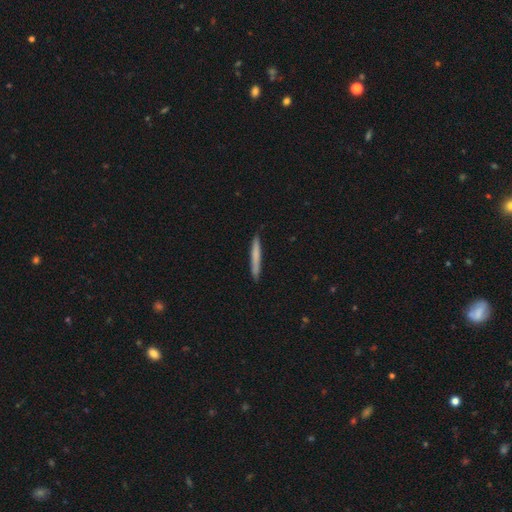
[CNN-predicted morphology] Smooth or featured? Predicted: smooth (p=0.70). How rounded? Predicted: cigar-shaped (p=0.96). Merging? Predicted: none (p=0.90).